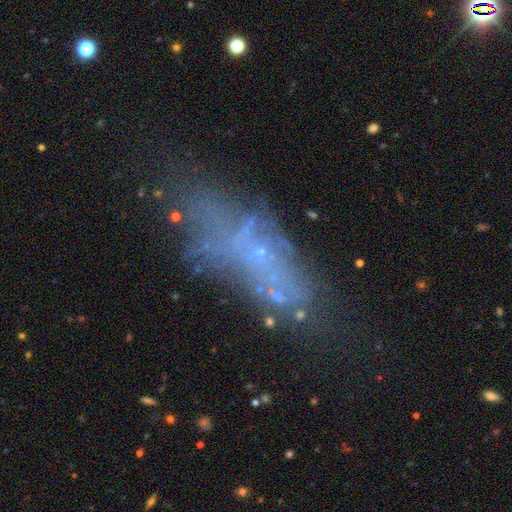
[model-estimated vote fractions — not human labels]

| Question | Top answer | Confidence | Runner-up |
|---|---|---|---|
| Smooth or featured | featured or disk | 45% | smooth (33%) |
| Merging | none | 52% | minor disturbance (21%) |